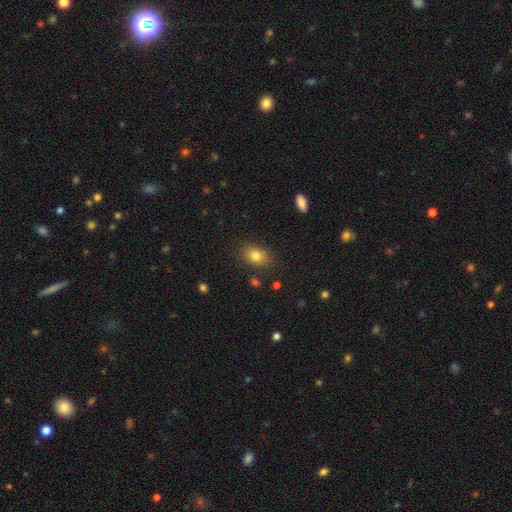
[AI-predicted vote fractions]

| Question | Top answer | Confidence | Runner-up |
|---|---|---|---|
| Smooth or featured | smooth | 82% | star or artifact (10%) |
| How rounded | in between | 74% | round (24%) |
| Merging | none | 83% | minor disturbance (12%) |